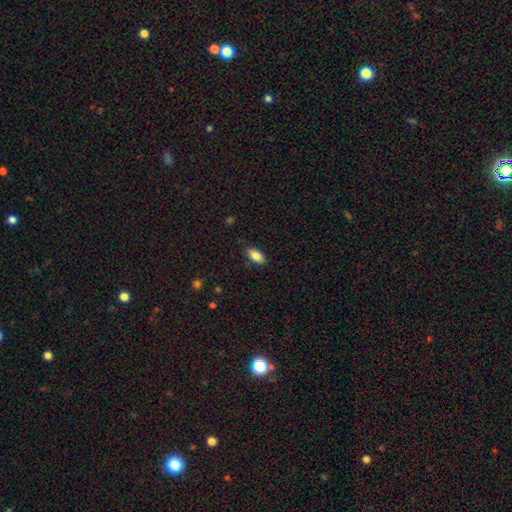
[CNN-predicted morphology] This is clearly a smooth galaxy (84%). How rounded: clearly in between (89%). Merging: clearly none (85%).